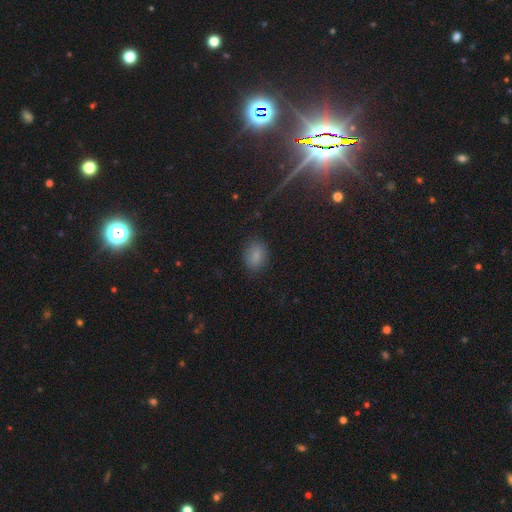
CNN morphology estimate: Smooth or featured? smooth (82%)
How rounded? in between (78%)
Merging? none (83%)